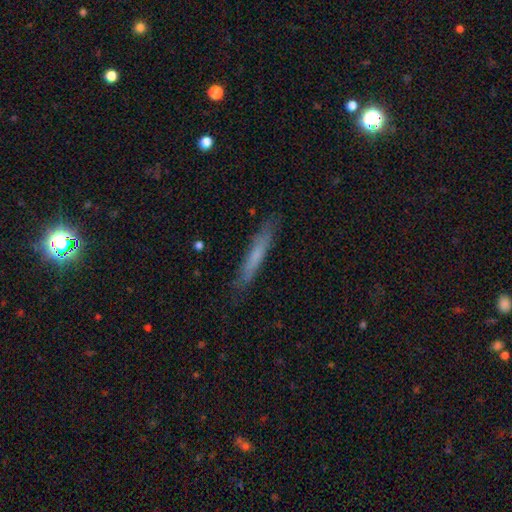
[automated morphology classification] Smooth or featured?
  - smooth: 60% *
  - featured or disk: 33%
  - star or artifact: 7%
How rounded?
  - cigar-shaped: 94% *
  - in between: 5%
  - round: 1%
Merging?
  - none: 85% *
  - minor disturbance: 12%
  - major disturbance: 2%
  - merger: 1%